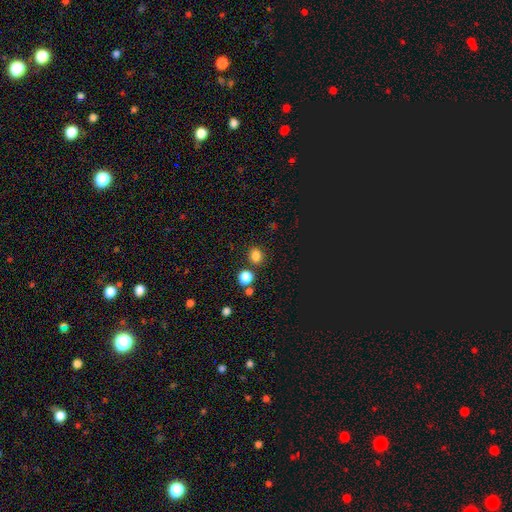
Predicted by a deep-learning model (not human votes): smooth 81%, star or artifact 15%, featured or disk 4%. Down the decision tree: how rounded — round (61%); merging — none (80%).